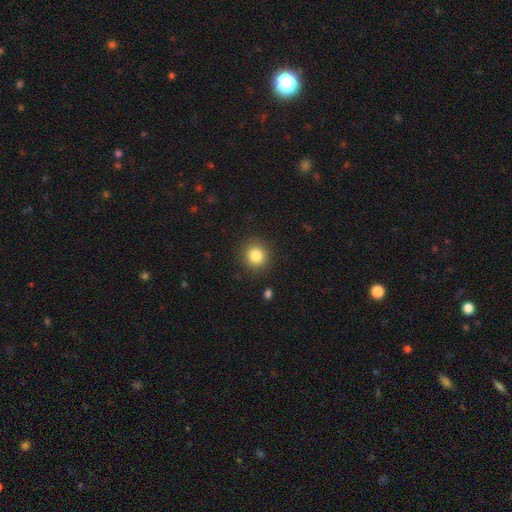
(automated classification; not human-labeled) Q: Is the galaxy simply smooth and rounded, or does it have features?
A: smooth — 83%.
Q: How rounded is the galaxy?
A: round — 90%.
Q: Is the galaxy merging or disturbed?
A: none — 90%.